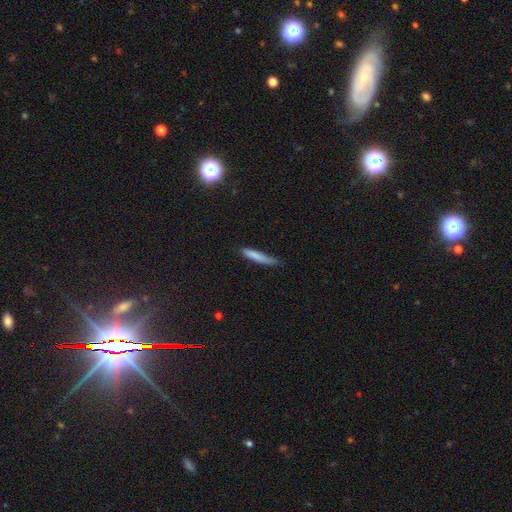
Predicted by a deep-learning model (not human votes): Smooth or featured? smooth (81%)
How rounded? cigar-shaped (88%)
Merging? none (62%)